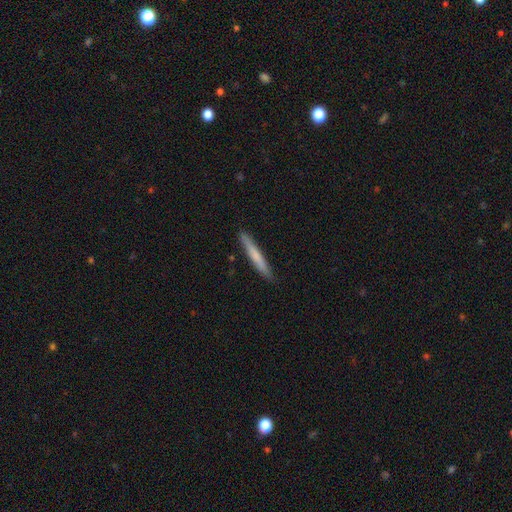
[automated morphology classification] type=smooth (65%); roundness=cigar-shaped (96%); merging=none (89%).